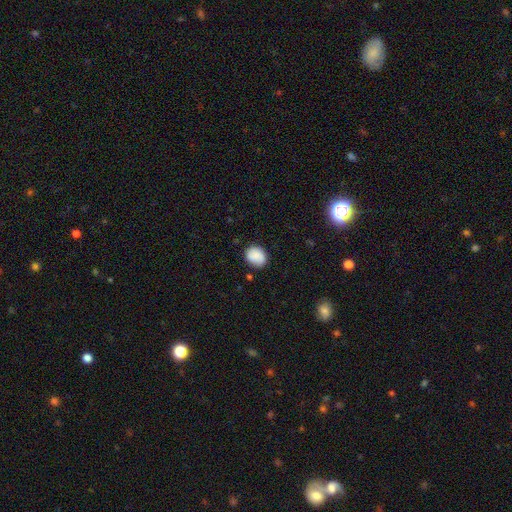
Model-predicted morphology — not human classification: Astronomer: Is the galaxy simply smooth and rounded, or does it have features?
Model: smooth — 80%.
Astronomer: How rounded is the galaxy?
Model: round — 56% (runner-up: in between, 43%).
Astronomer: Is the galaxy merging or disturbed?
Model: none — 78%.